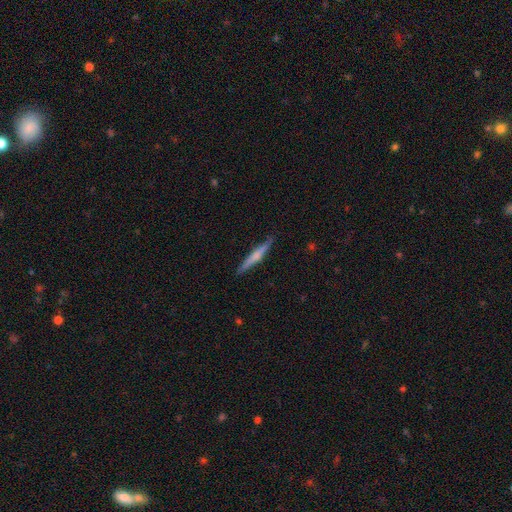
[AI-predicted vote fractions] A featured or disk galaxy (50%). Merging: none (88%).